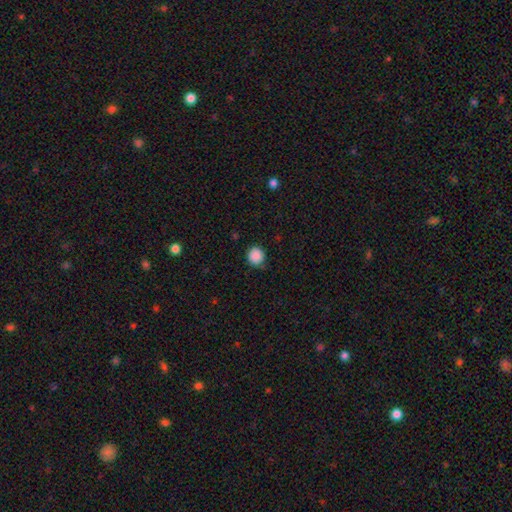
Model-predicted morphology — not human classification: Overall: smooth (88%). How rounded: round (91%). Merging: none (80%).